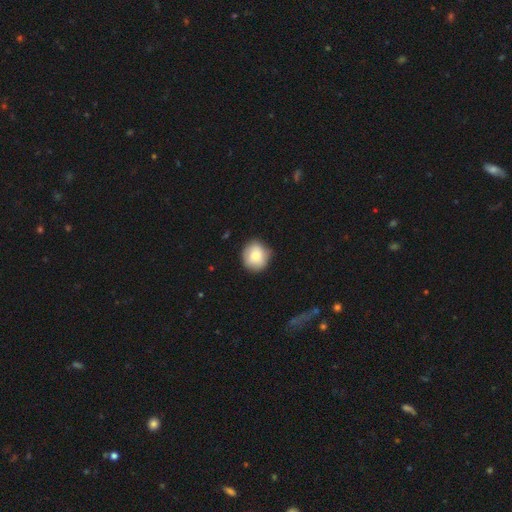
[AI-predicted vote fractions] This is clearly a smooth galaxy (81%). How rounded: clearly round (84%). Merging: clearly none (82%).